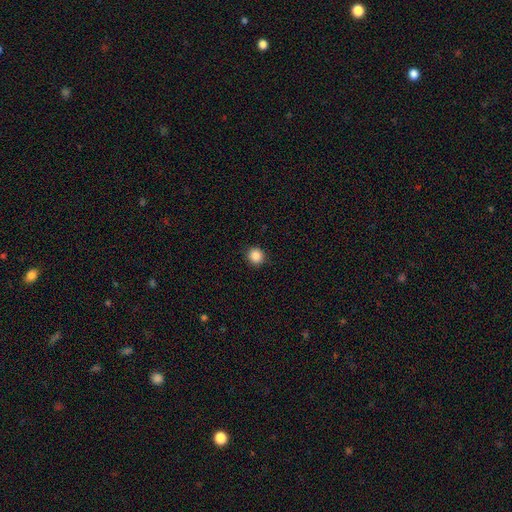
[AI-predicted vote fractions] This appears to be a smooth galaxy with no disk features (87%) that is round (91%). Merging: none (91%).